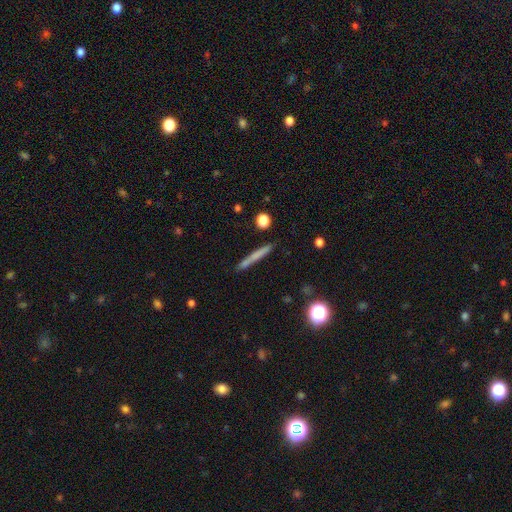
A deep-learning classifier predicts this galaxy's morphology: A smooth galaxy with no disk features (62%) that is cigar-shaped (95%).

Vote fractions:
- Smooth or featured? smooth: 62% / featured or disk: 30% / star or artifact: 9%
- How rounded? cigar-shaped: 95% / in between: 3% / round: 2%
- Merging? none: 87% / minor disturbance: 9% / merger: 2% / major disturbance: 2%